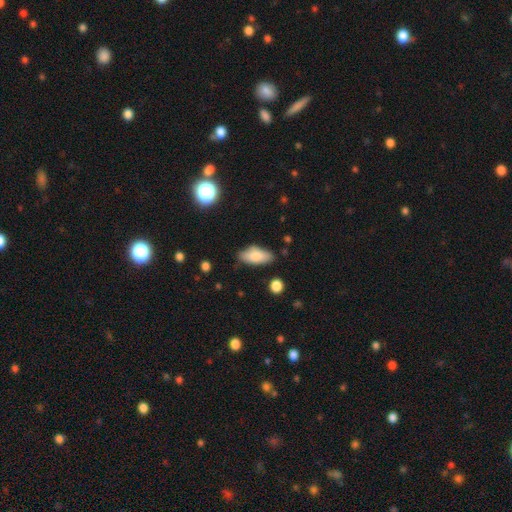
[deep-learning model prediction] smooth-or-featured: smooth: 81% | featured or disk: 13% | star or artifact: 7%
  how-rounded: in between: 85% | cigar-shaped: 13% | round: 3%
  merging: none: 77% | minor disturbance: 18% | major disturbance: 4% | merger: 2%